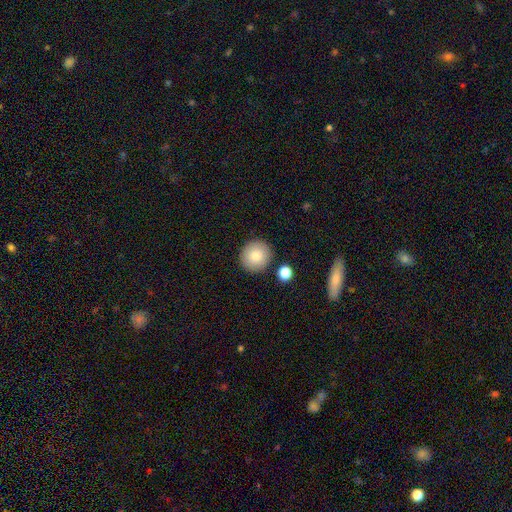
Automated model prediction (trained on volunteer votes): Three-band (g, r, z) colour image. It shows a smooth galaxy with no disk features (84%) that is round (94%). Merging: none (87%).